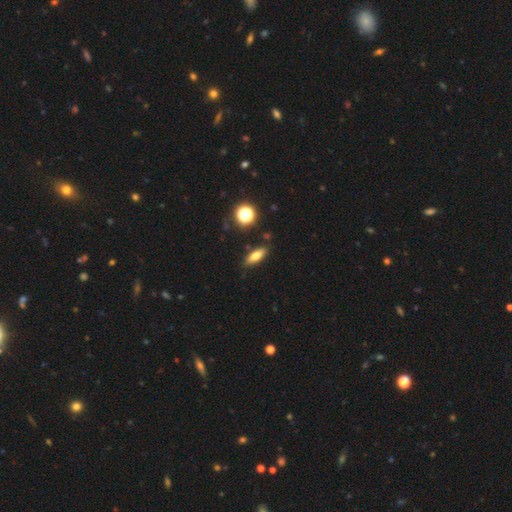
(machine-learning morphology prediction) The model was most divided on "how rounded": in between: 59%, cigar-shaped: 35%, round: 5%. More confident: merging — none (85%); smooth or featured — smooth (72%).